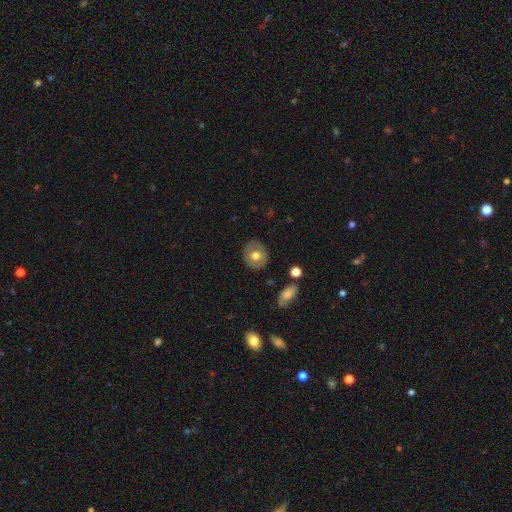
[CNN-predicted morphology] Smooth or featured? smooth (58%)
How rounded? round (74%)
Merging? none (86%)